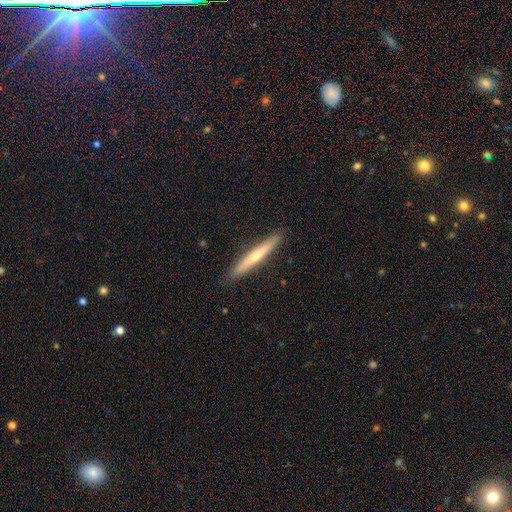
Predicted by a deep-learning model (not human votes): Smooth or featured? Predicted: featured or disk (p=0.55). Edge-on disk? Predicted: yes (p=0.95). Edge-on bulge? Predicted: rounded (p=0.70). Merging? Predicted: none (p=0.90).